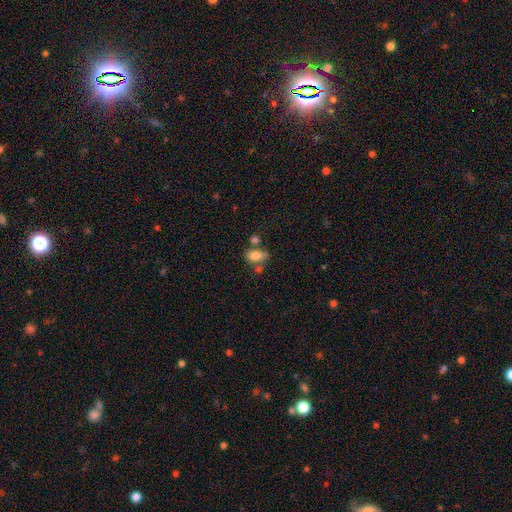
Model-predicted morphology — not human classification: smooth-or-featured: smooth: 81% | featured or disk: 10% | star or artifact: 9%
  how-rounded: in between: 88% | round: 8% | cigar-shaped: 4%
  merging: none: 50% | merger: 25% | minor disturbance: 17% | major disturbance: 7%